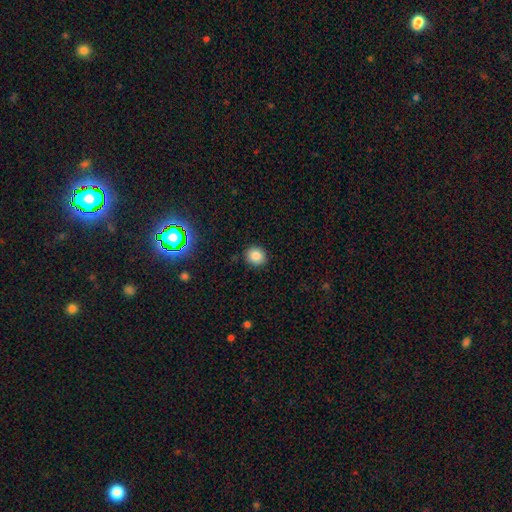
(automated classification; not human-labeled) A smooth galaxy with no disk features (84%) that is round (80%). Merging: none (89%).